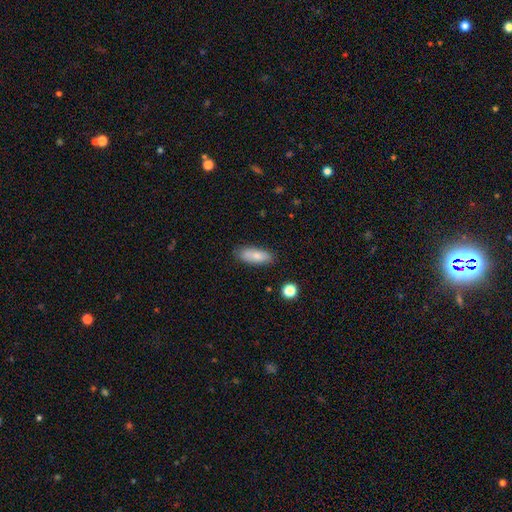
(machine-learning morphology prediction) Smooth or featured? smooth (80%)
How rounded? in between (73%)
Merging? none (82%)